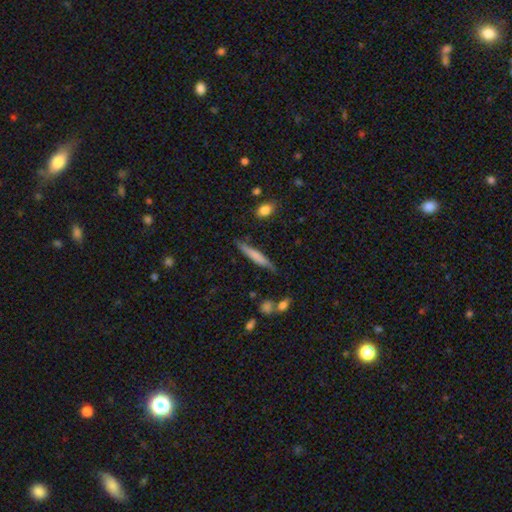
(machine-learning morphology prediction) smooth-or-featured: smooth: 66% | featured or disk: 28% | star or artifact: 6%
  how-rounded: cigar-shaped: 92% | in between: 7% | round: 1%
  merging: none: 78% | minor disturbance: 16% | major disturbance: 3% | merger: 3%